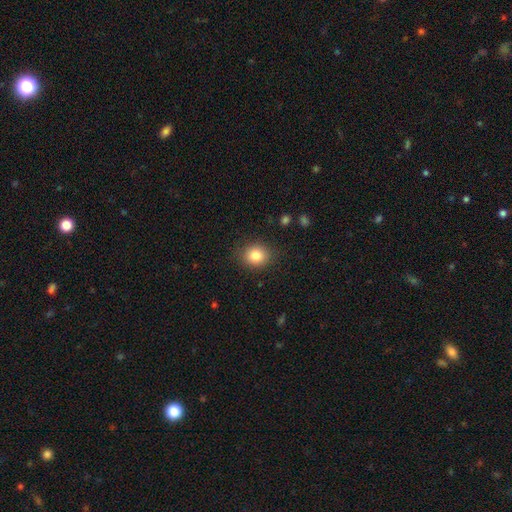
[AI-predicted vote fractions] smooth_or_featured: smooth (p=0.83) [alt: star or artifact p=0.10]
how_rounded: round (p=0.72) [alt: in between p=0.27]
merging: none (p=0.87) [alt: minor disturbance p=0.09]